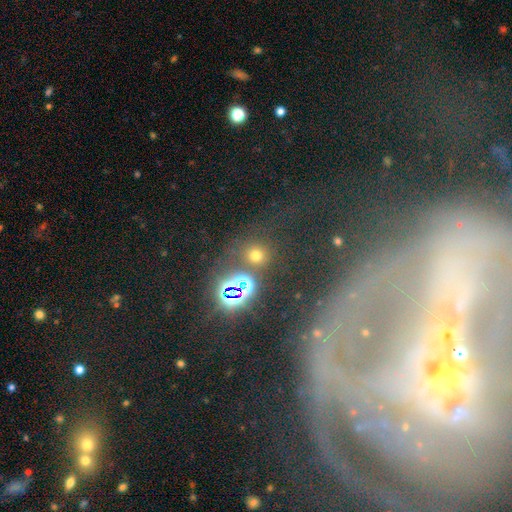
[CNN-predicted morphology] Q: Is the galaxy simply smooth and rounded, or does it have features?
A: smooth — 56%.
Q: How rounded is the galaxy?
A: round — 90%.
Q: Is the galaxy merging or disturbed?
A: none — 79%.